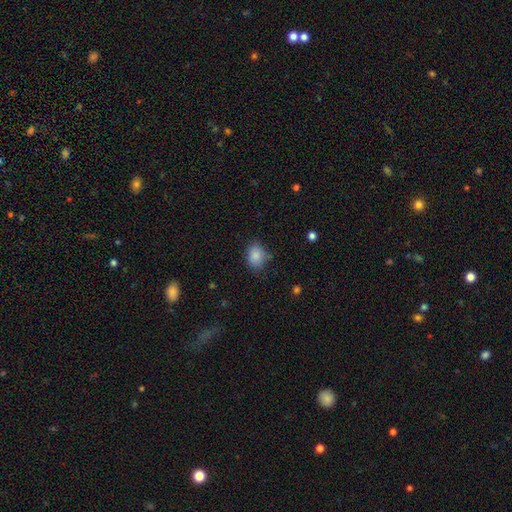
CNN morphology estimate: Smooth or featured? smooth (85%)
How rounded? in between (61%)
Merging? none (70%)